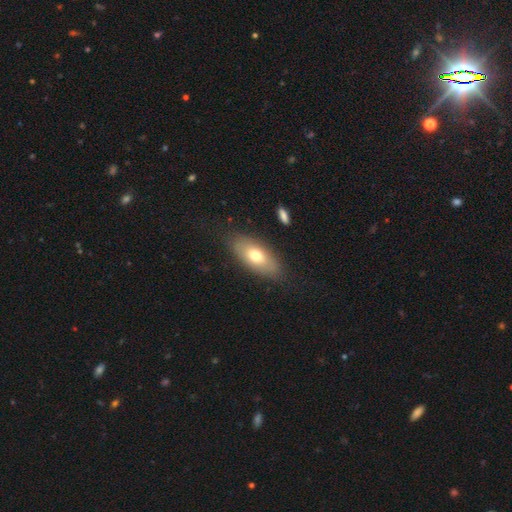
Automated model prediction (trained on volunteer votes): This is likely a smooth galaxy (69%). How rounded: clearly in between (87%). Merging: clearly none (81%).